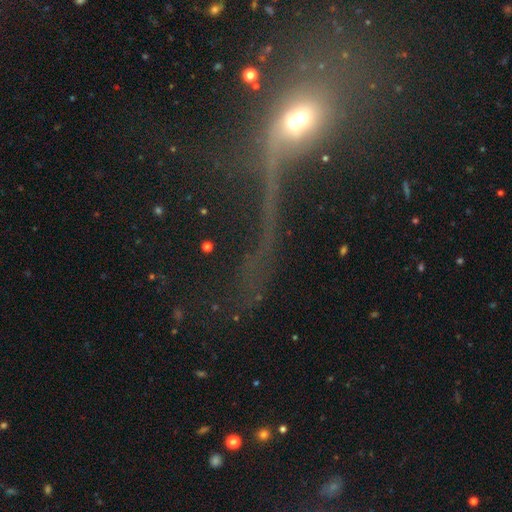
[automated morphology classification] featured or disk 42%, star or artifact 30%, smooth 28%. Down the decision tree: merging — major disturbance (50%).